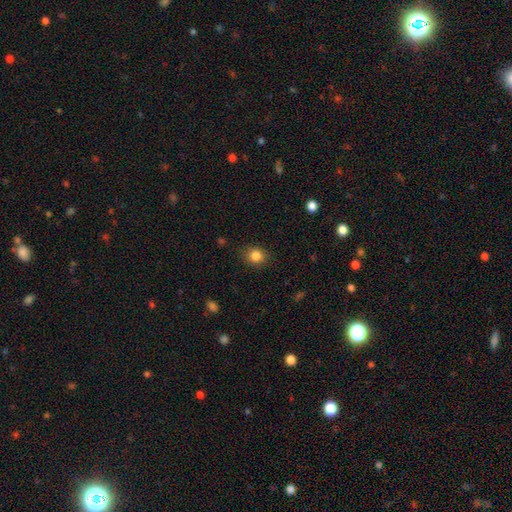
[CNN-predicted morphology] Overall: smooth (84%). How rounded: round (73%). Merging: none (86%).